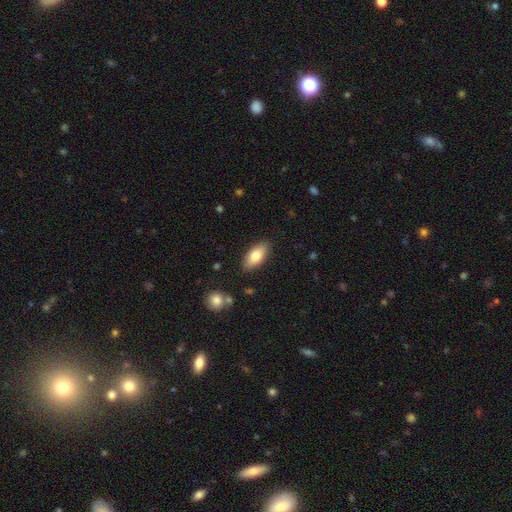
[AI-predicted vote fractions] This appears to be a smooth galaxy with no disk features (77%) that is in between round and cigar-shaped (86%). Merging: none (87%).